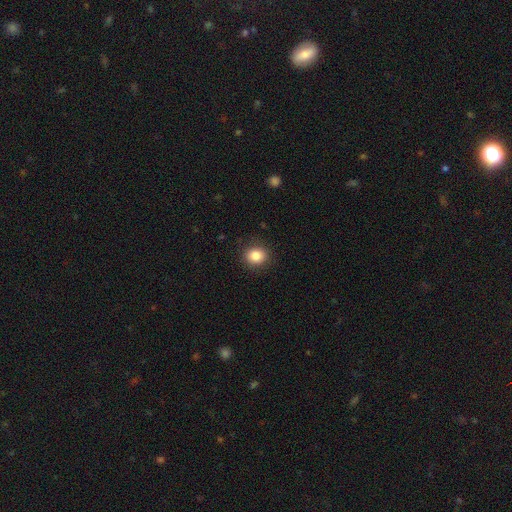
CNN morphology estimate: Overall: smooth (85%). How rounded: round (73%). Merging: none (89%).